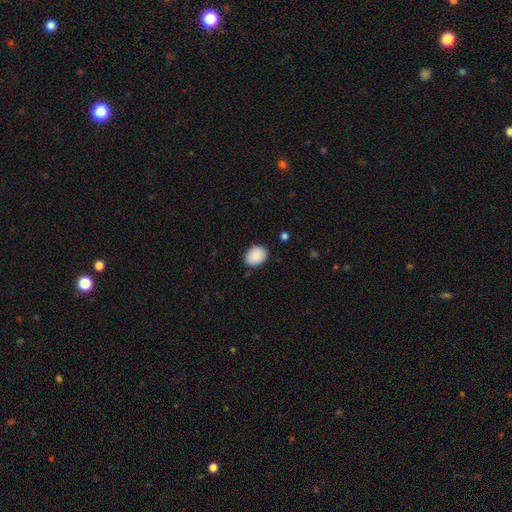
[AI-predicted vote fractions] Smooth or featured?
  - smooth: 88% *
  - star or artifact: 7%
  - featured or disk: 5%
How rounded?
  - in between: 68% *
  - round: 32%
  - cigar-shaped: 1%
Merging?
  - none: 86% *
  - minor disturbance: 10%
  - major disturbance: 2%
  - merger: 1%